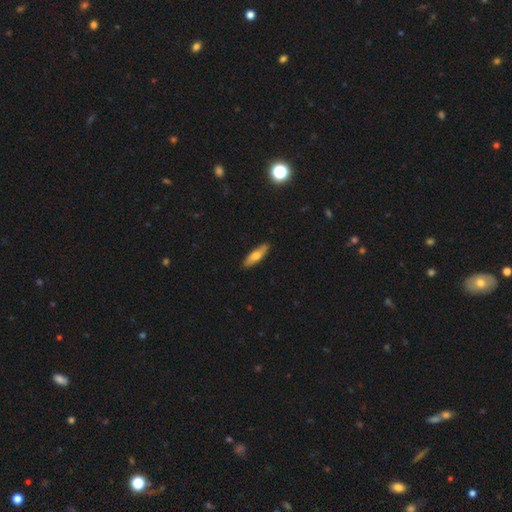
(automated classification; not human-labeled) Smooth or featured: smooth — 65% (featured or disk — 30%)
How rounded: cigar-shaped — 62% (in between — 36%)
Merging: none — 88% (minor disturbance — 9%)